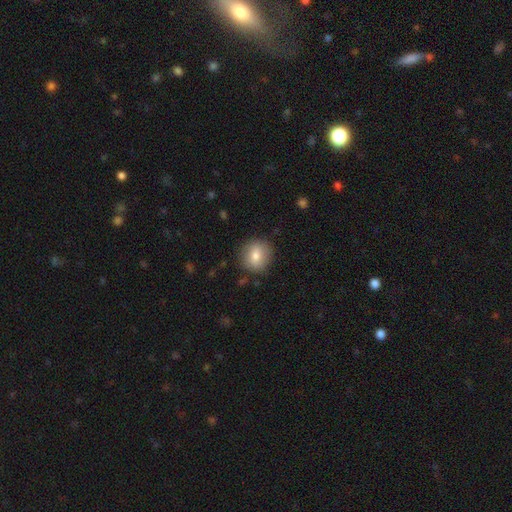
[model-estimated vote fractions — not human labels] This is likely a smooth galaxy (78%). How rounded: clearly round (83%). Merging: clearly none (86%).